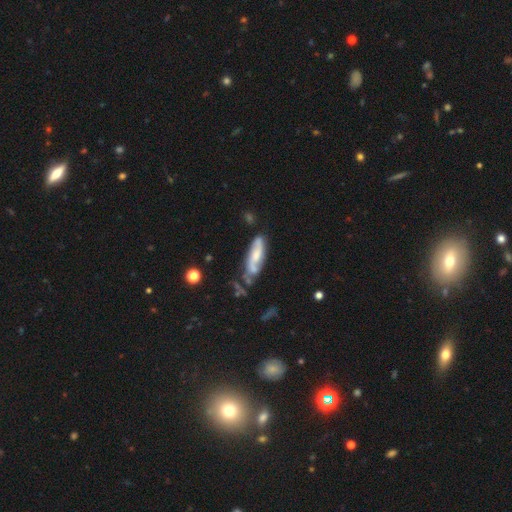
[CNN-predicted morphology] Smooth or featured? Predicted: featured or disk (p=0.57). Edge-on disk? Predicted: no (p=0.79). Merging? Predicted: none (p=0.46).